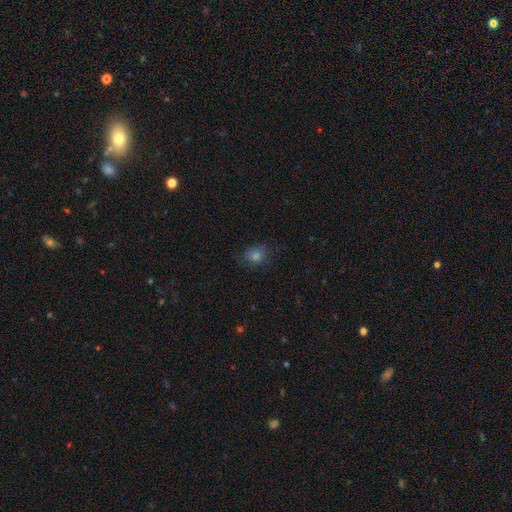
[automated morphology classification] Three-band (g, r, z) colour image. It shows a smooth galaxy with no disk features (71%) that is round (67%). Merging: none (78%).